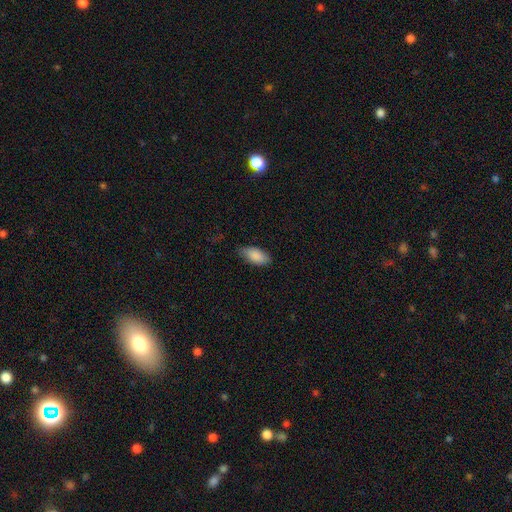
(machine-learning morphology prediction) The model was most divided on "merging": none: 76%, minor disturbance: 19%, major disturbance: 4%, merger: 1%. More confident: how rounded — in between (91%); smooth or featured — smooth (88%).